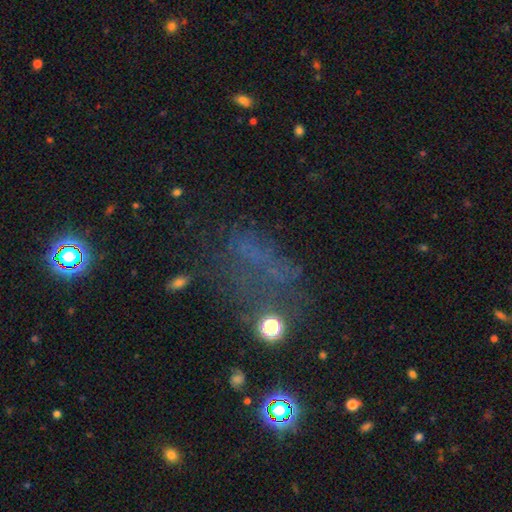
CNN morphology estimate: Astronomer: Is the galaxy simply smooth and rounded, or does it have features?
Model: star or artifact — 42% (runner-up: smooth, 33%).